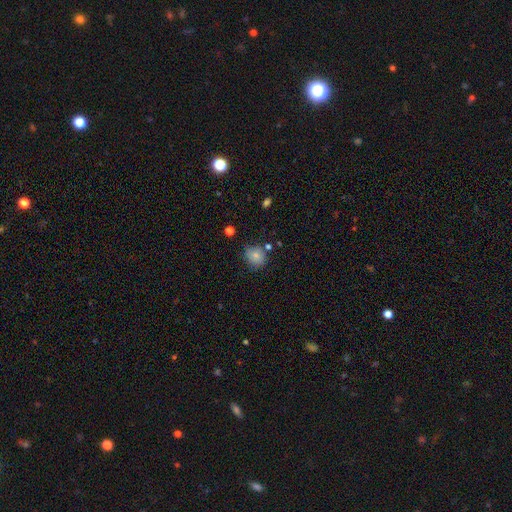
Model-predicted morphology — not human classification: Smooth or featured? smooth (78%)
How rounded? round (79%)
Merging? none (72%)